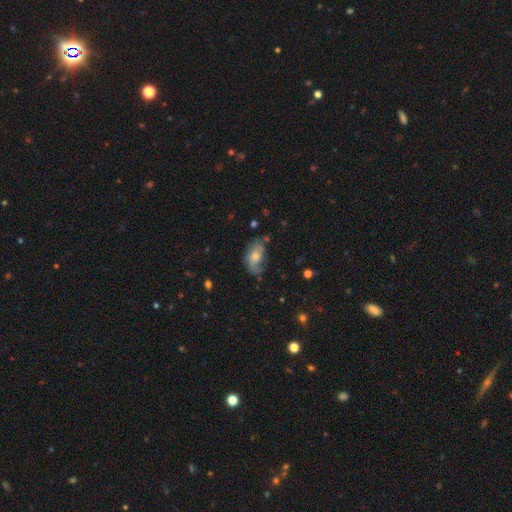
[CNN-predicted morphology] featured or disk 45%, smooth 44%, star or artifact 10%. Down the decision tree: merging — none (53%).